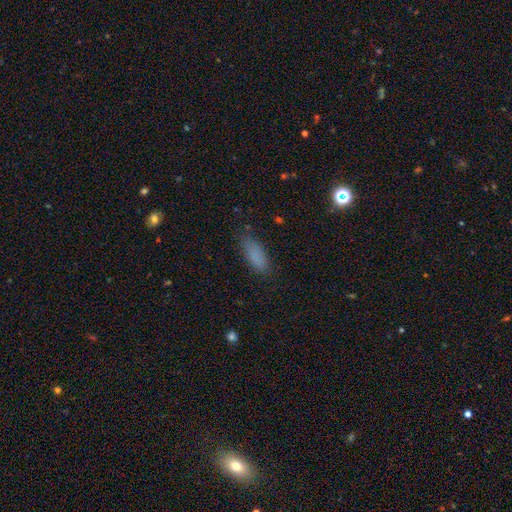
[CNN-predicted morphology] Smooth or featured? Predicted: smooth (p=0.83). How rounded? Predicted: in between (p=0.72). Merging? Predicted: none (p=0.78).